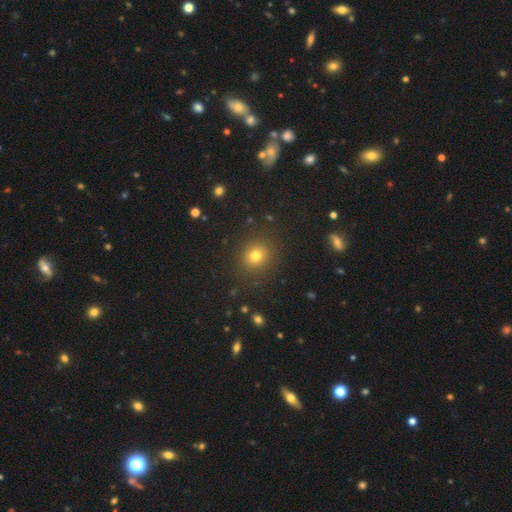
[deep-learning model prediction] Smooth or featured?
  - smooth: 76% *
  - star or artifact: 17%
  - featured or disk: 7%
How rounded?
  - round: 84% *
  - in between: 15%
  - cigar-shaped: 1%
Merging?
  - none: 88% *
  - minor disturbance: 7%
  - major disturbance: 3%
  - merger: 2%